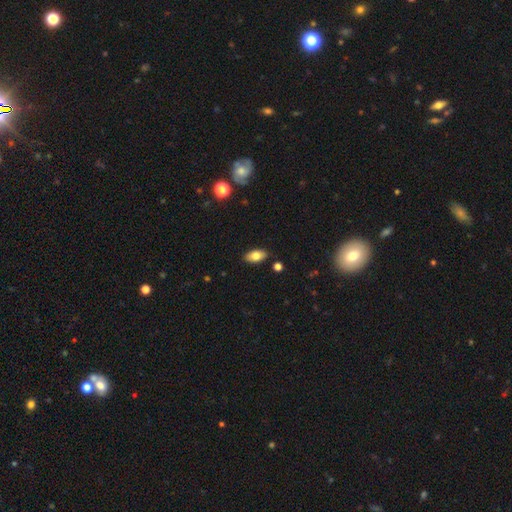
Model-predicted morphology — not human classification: smooth-or-featured: smooth: 78% | featured or disk: 14% | star or artifact: 8%
  how-rounded: in between: 92% | round: 5% | cigar-shaped: 4%
  merging: none: 87% | minor disturbance: 9% | major disturbance: 2% | merger: 2%